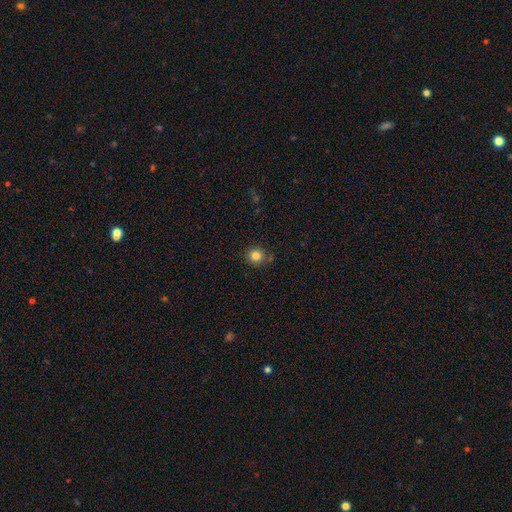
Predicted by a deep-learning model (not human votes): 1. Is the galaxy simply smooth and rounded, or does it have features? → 82% smooth, 12% star or artifact, 6% featured or disk.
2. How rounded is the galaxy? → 88% round, 11% in between, 1% cigar-shaped.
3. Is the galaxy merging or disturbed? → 83% none, 10% minor disturbance, 4% merger, 3% major disturbance.